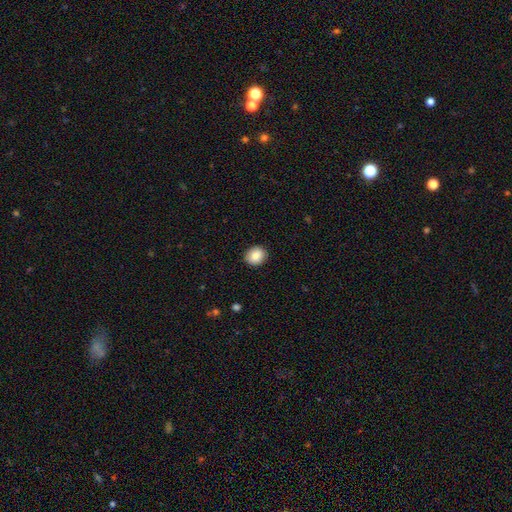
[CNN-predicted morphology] This is clearly a smooth galaxy (86%). How rounded: likely round (68%). Merging: clearly none (90%).